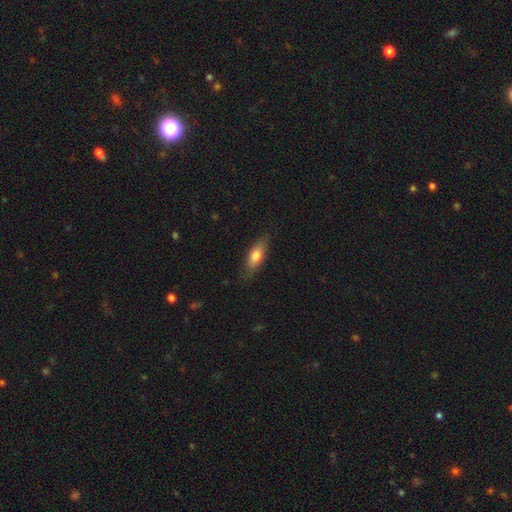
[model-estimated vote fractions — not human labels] Smooth or featured? Predicted: smooth (p=0.75). How rounded? Predicted: in between (p=0.67). Merging? Predicted: none (p=0.79).